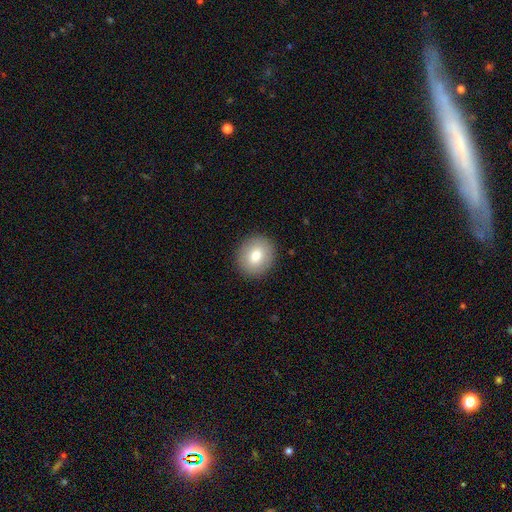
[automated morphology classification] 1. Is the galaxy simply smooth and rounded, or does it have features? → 77% smooth, 15% featured or disk, 9% star or artifact.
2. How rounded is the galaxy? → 78% round, 21% in between, 1% cigar-shaped.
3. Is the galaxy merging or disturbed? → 90% none, 7% minor disturbance, 2% major disturbance, 1% merger.